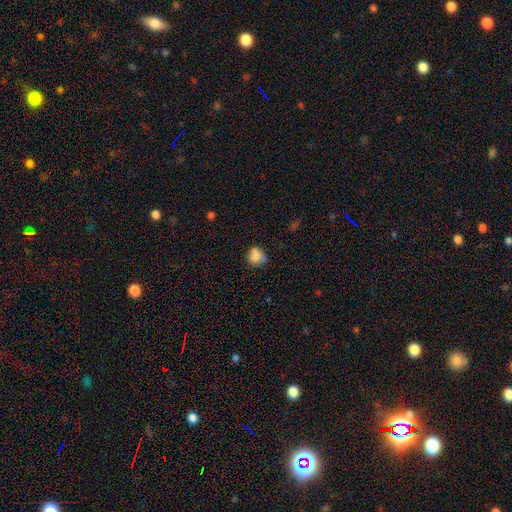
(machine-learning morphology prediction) smooth-or-featured: smooth: 75% | featured or disk: 15% | star or artifact: 10%
  how-rounded: round: 67% | in between: 32% | cigar-shaped: 1%
  merging: none: 54% | minor disturbance: 27% | merger: 11% | major disturbance: 9%